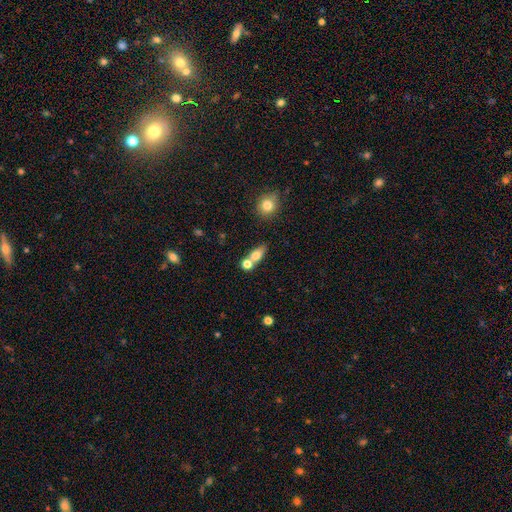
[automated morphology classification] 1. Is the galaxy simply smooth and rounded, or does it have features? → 74% smooth, 17% featured or disk, 9% star or artifact.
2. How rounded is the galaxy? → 62% in between, 24% round, 13% cigar-shaped.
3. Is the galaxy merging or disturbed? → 45% merger, 41% none, 9% minor disturbance, 4% major disturbance.